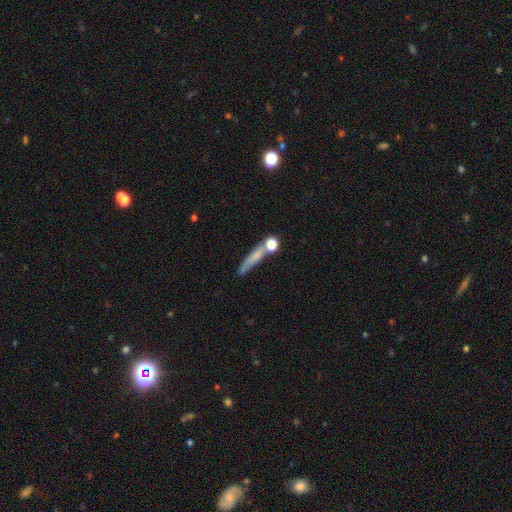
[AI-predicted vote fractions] This is possibly a smooth galaxy (60%). How rounded: clearly cigar-shaped (81%). Merging: likely none (61%).